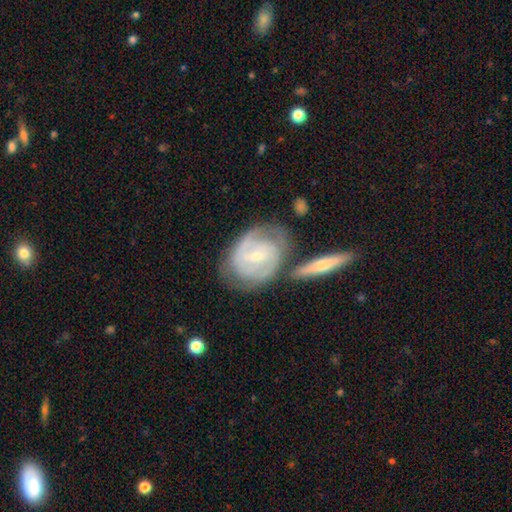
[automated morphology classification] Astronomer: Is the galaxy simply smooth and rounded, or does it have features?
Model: featured or disk — 77%.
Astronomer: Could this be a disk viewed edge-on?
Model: no — 95%.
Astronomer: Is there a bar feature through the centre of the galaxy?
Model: weak — 44% (runner-up: no, 39%).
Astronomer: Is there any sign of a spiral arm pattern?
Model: yes — 89%.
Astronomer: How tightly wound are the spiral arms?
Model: tight — 54% (runner-up: medium, 35%).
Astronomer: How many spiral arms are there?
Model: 2 — 52% (runner-up: can't tell, 28%).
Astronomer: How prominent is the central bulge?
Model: small — 71%.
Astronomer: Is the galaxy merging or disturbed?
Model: none — 58%.